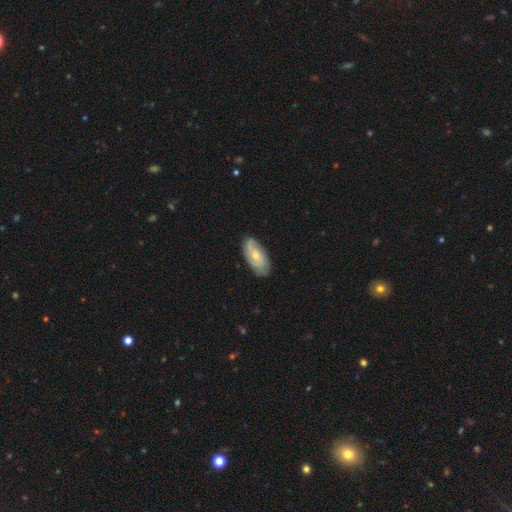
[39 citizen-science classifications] Morphology: type=featured or disk (77%); edge-on=no (87%); bar=no (54%); spiral arms=yes (96%); winding=medium (48%); arm count=2 (60%); bulge=small (50%); merging=none (84%).